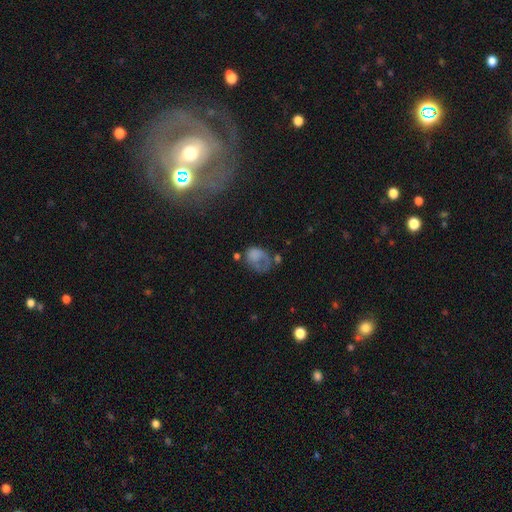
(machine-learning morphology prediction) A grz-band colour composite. It shows a smooth galaxy with no disk features (58%) that is in between round and cigar-shaped (57%). Merging: major disturbance (40%).